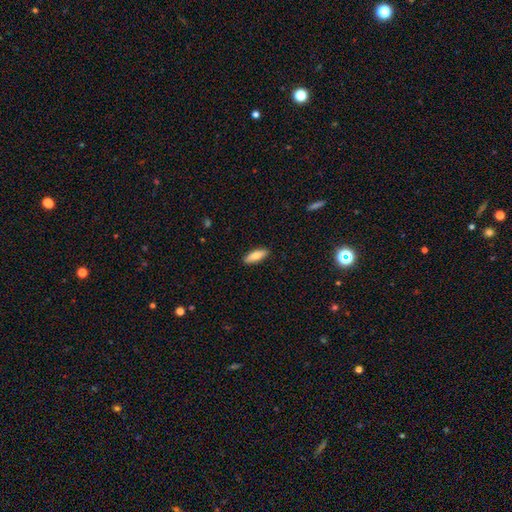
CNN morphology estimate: Smooth or featured? smooth (77%)
How rounded? in between (61%)
Merging? none (90%)